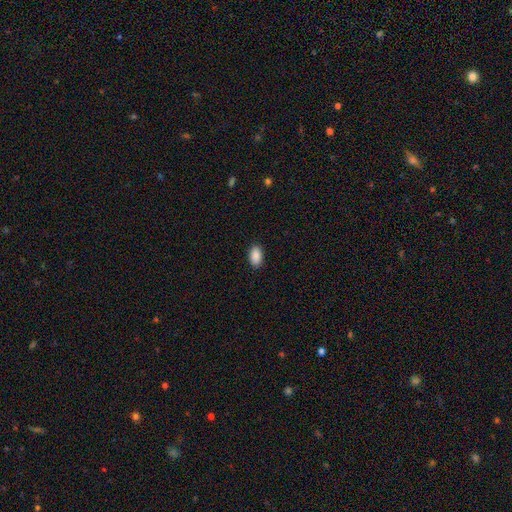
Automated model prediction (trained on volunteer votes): smooth 90%, star or artifact 7%, featured or disk 3%. Down the decision tree: how rounded — in between (93%); merging — none (89%).